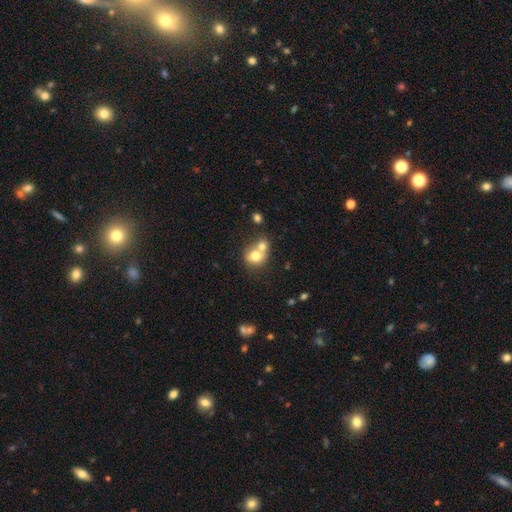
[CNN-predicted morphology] type=smooth (72%); roundness=round (68%); merging=merger (62%).